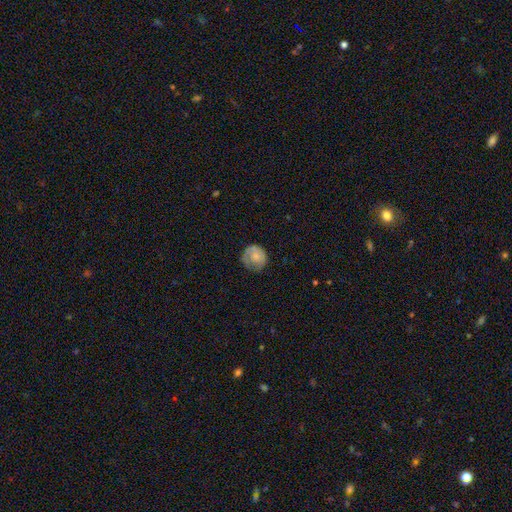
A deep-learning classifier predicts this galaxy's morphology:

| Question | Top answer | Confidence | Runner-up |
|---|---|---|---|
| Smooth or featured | smooth | 66% | featured or disk (27%) |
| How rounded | round | 86% | in between (13%) |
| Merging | none | 62% | minor disturbance (25%) |